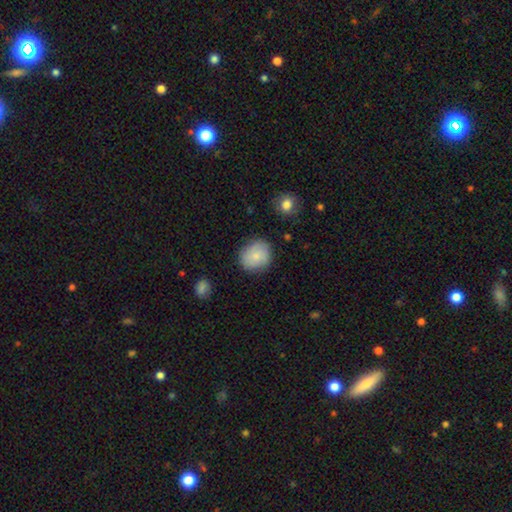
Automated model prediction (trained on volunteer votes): Smooth or featured: smooth — 79% (featured or disk — 14%)
How rounded: round — 74% (in between — 25%)
Merging: none — 80% (minor disturbance — 15%)